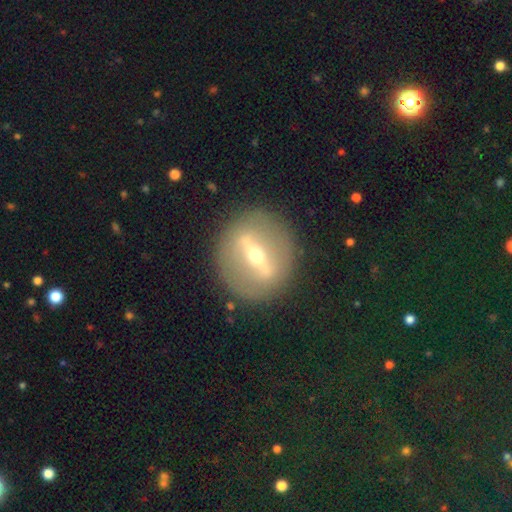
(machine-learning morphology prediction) Overall: featured or disk (79%). Edge-on disk: no (59%; yes 41%). Merging: none (87%).